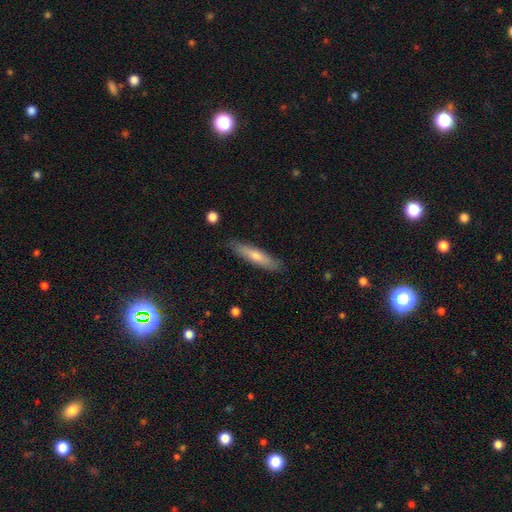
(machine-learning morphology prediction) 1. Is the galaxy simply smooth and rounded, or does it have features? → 64% smooth, 30% featured or disk, 6% star or artifact.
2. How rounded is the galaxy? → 83% cigar-shaped, 16% in between, 2% round.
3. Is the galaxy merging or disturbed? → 85% none, 12% minor disturbance, 2% major disturbance, 1% merger.